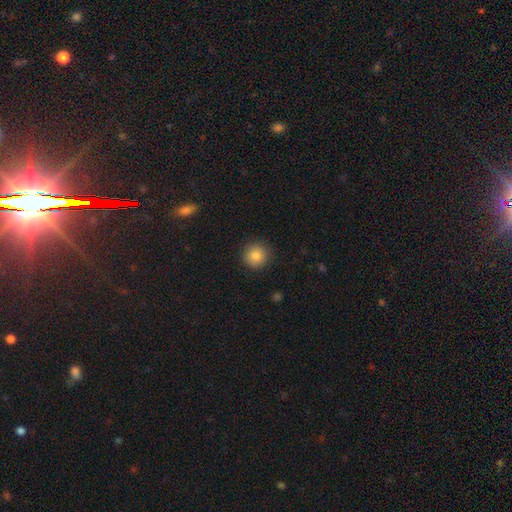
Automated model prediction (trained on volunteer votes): A smooth galaxy with no disk features (85%) that is round (94%).

Vote fractions:
- Smooth or featured? smooth: 85% / star or artifact: 10% / featured or disk: 5%
- How rounded? round: 94% / in between: 5% / cigar-shaped: 1%
- Merging? none: 91% / minor disturbance: 6% / major disturbance: 2% / merger: 1%